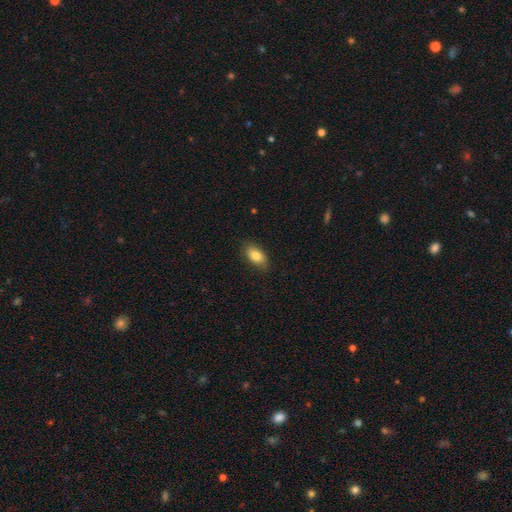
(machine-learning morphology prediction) Smooth or featured: smooth — 84% (featured or disk — 9%)
How rounded: in between — 91% (round — 6%)
Merging: none — 82% (minor disturbance — 14%)